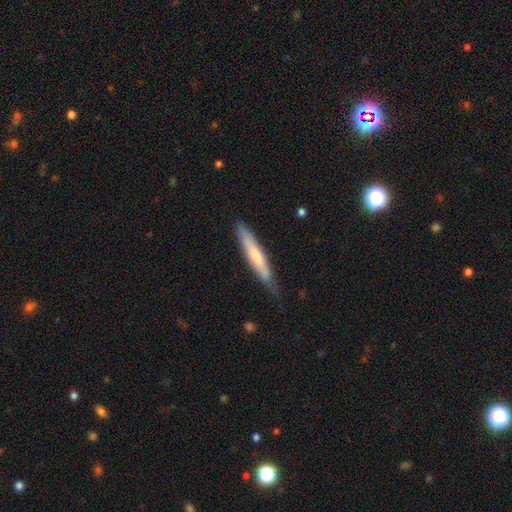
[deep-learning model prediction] Smooth or featured?
  - smooth: 62% *
  - featured or disk: 32%
  - star or artifact: 5%
How rounded?
  - cigar-shaped: 92% *
  - in between: 7%
  - round: 1%
Merging?
  - none: 73% *
  - minor disturbance: 22%
  - major disturbance: 4%
  - merger: 1%